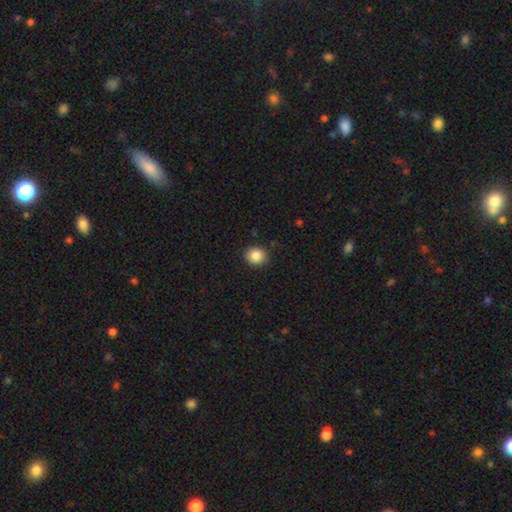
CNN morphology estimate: smooth-or-featured: smooth: 86% | star or artifact: 9% | featured or disk: 4%
  how-rounded: round: 73% | in between: 26% | cigar-shaped: 1%
  merging: none: 90% | minor disturbance: 7% | major disturbance: 2% | merger: 1%